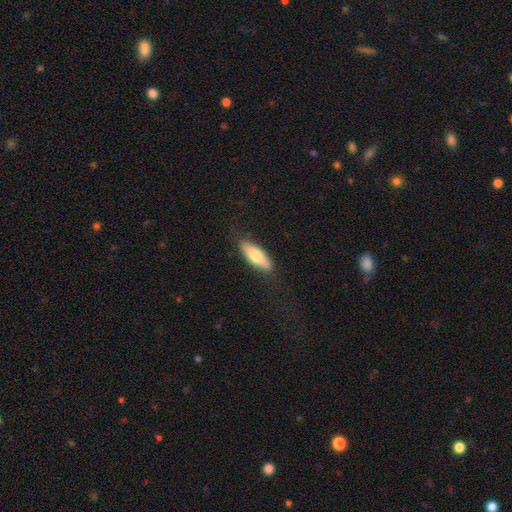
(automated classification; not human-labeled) A smooth galaxy with no disk features (71%) that is in between round and cigar-shaped (63%). Merging: none (82%).